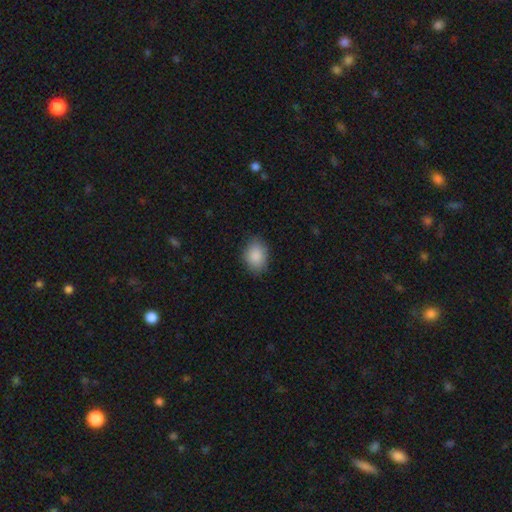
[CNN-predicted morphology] smooth_or_featured: smooth (p=0.89) [alt: star or artifact p=0.07]
how_rounded: in between (p=0.66) [alt: round p=0.33]
merging: none (p=0.82) [alt: minor disturbance p=0.14]